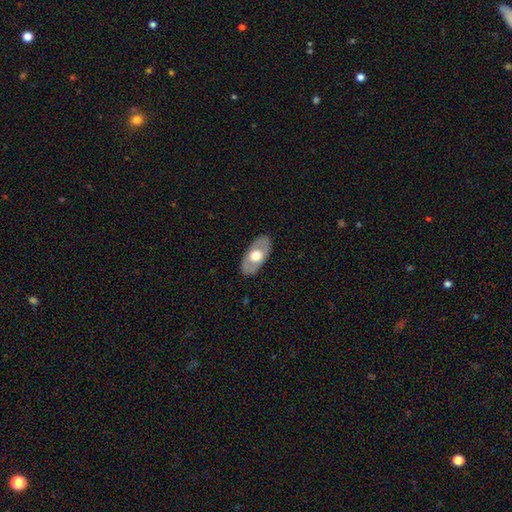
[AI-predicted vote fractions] smooth 48%, featured or disk 47%, star or artifact 5%. Down the decision tree: merging — none (86%).